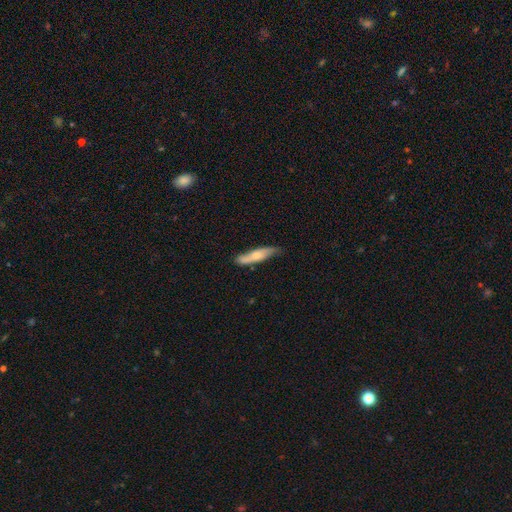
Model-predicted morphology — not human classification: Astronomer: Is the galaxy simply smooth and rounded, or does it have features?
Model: smooth — 57% (runner-up: featured or disk, 38%).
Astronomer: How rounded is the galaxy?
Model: cigar-shaped — 77%.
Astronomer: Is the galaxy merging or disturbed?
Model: none — 71%.